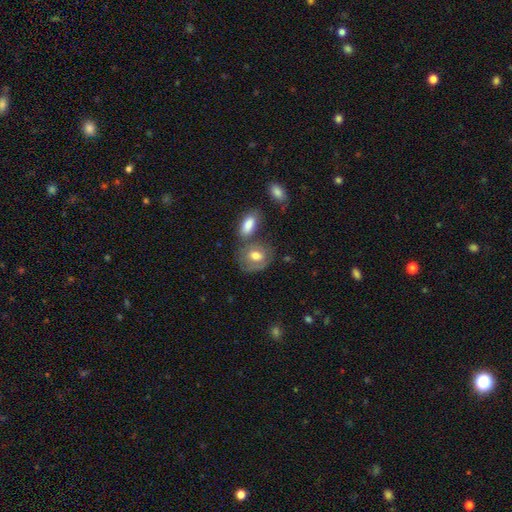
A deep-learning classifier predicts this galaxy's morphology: Smooth or featured?
  - smooth: 61% *
  - featured or disk: 31%
  - star or artifact: 7%
How rounded?
  - in between: 60% *
  - round: 39%
  - cigar-shaped: 2%
Merging?
  - none: 52% *
  - merger: 21%
  - minor disturbance: 18%
  - major disturbance: 8%